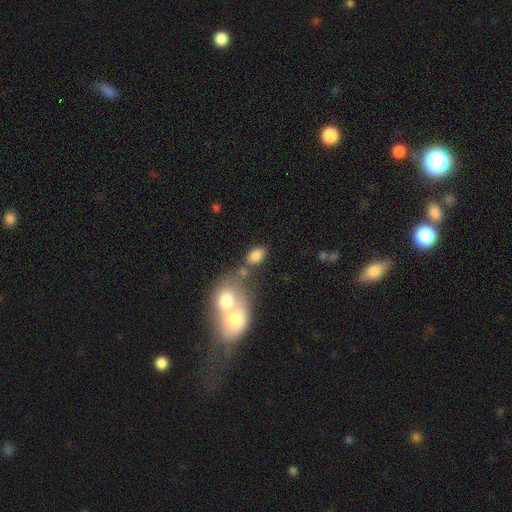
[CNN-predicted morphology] Smooth or featured?
  - smooth: 81% *
  - star or artifact: 10%
  - featured or disk: 10%
How rounded?
  - in between: 85% *
  - round: 13%
  - cigar-shaped: 2%
Merging?
  - none: 55% *
  - merger: 27%
  - minor disturbance: 13%
  - major disturbance: 6%